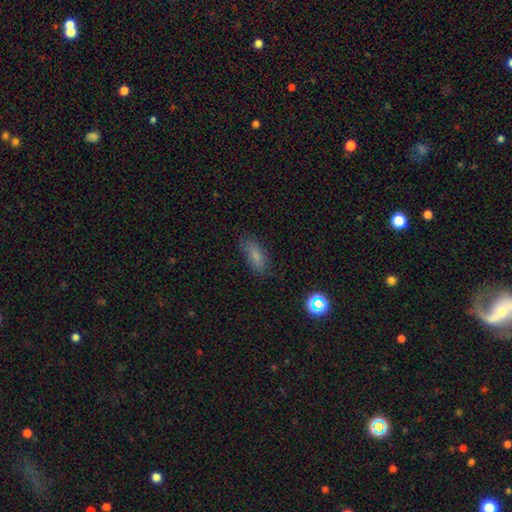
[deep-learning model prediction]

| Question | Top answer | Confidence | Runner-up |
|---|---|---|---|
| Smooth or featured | smooth | 78% | star or artifact (11%) |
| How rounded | in between | 76% | cigar-shaped (20%) |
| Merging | none | 78% | minor disturbance (16%) |